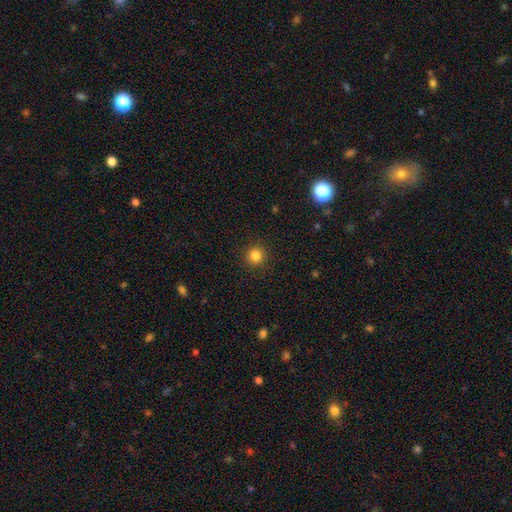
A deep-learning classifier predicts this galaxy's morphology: This appears to be a smooth galaxy with no disk features (84%) that is round (93%). Merging: none (91%).